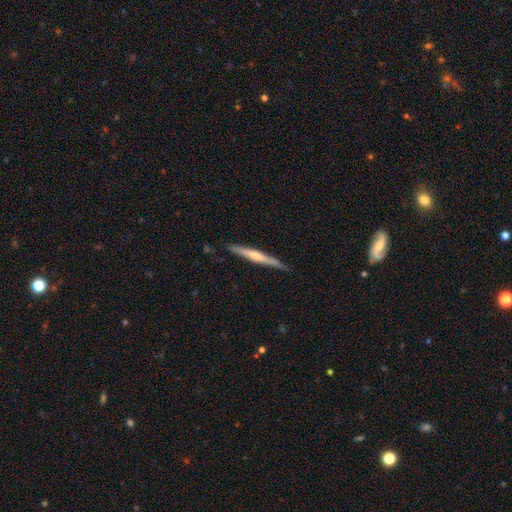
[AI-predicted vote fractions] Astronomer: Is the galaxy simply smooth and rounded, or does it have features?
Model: featured or disk — 56% (runner-up: smooth, 38%).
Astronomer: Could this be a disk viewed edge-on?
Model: yes — 97%.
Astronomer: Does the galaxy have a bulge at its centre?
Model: rounded — 53% (runner-up: none, 34%).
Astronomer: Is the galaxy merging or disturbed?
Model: none — 86%.